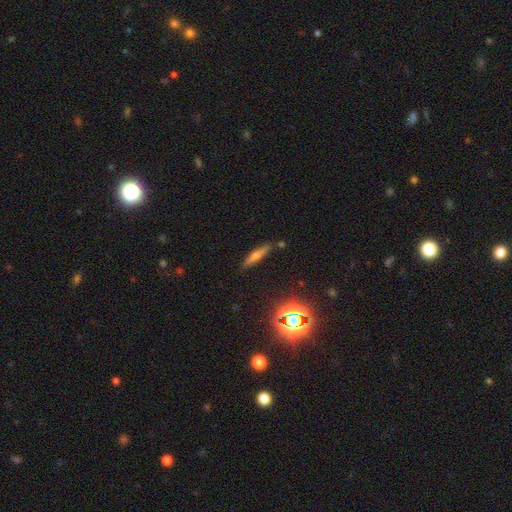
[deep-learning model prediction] A smooth galaxy with no disk features (49%).

Vote fractions:
- Smooth or featured? smooth: 49% / featured or disk: 37% / star or artifact: 14%
- Merging? none: 83% / minor disturbance: 11% / merger: 4% / major disturbance: 2%